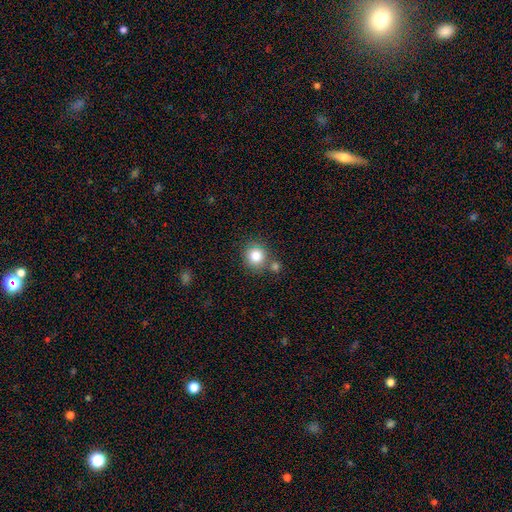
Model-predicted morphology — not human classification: smooth_or_featured: smooth (p=0.82) [alt: star or artifact p=0.10]
how_rounded: round (p=0.88) [alt: in between p=0.11]
merging: none (p=0.70) [alt: merger p=0.16]